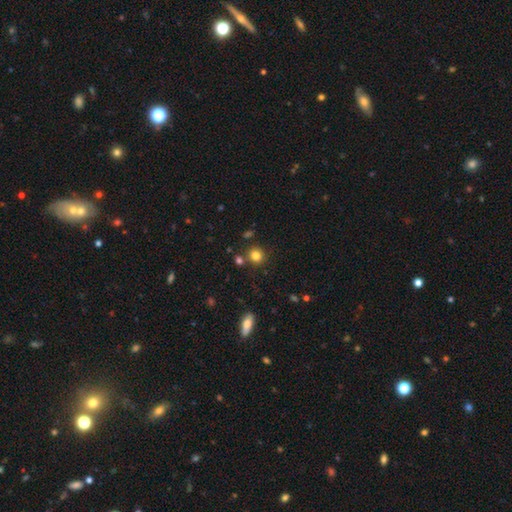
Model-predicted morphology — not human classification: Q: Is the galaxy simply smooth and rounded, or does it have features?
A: smooth — 82%.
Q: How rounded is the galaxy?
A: round — 88%.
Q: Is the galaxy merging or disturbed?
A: none — 81%.